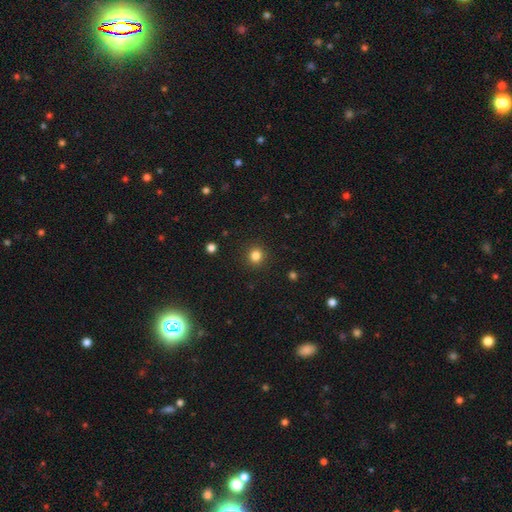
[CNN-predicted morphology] Smooth or featured? smooth (83%)
How rounded? round (93%)
Merging? none (92%)